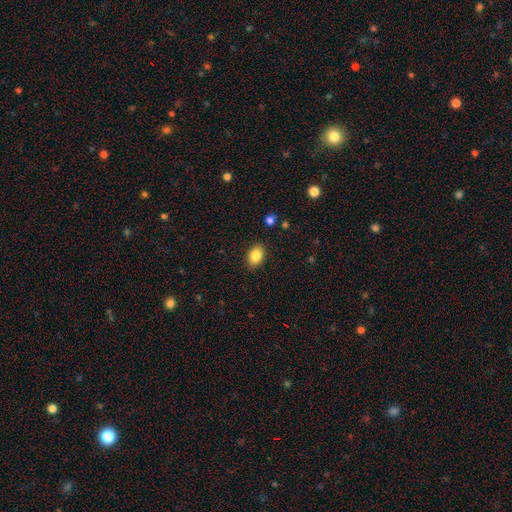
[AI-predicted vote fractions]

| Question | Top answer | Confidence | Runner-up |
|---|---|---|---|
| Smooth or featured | smooth | 84% | star or artifact (9%) |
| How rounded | in between | 79% | round (20%) |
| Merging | none | 89% | minor disturbance (8%) |